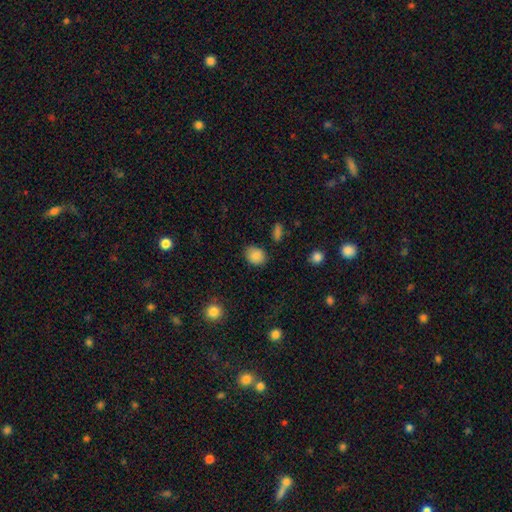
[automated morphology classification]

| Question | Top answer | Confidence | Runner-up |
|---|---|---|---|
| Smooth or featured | smooth | 87% | star or artifact (9%) |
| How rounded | in between | 51% | round (48%) |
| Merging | none | 83% | minor disturbance (12%) |